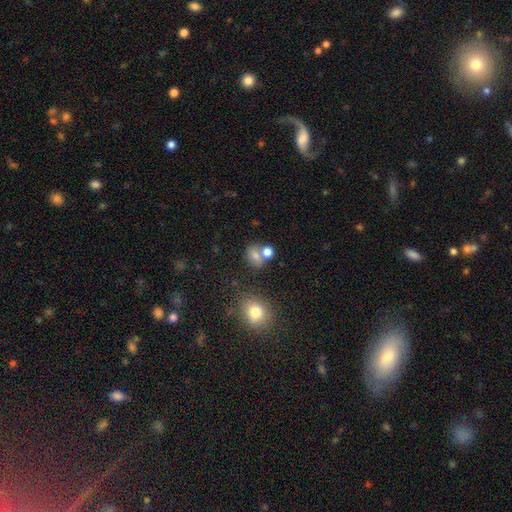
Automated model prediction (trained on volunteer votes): A smooth galaxy with no disk features (73%) that is round (58%).

Vote fractions:
- Smooth or featured? smooth: 73% / star or artifact: 14% / featured or disk: 13%
- How rounded? round: 58% / in between: 40% / cigar-shaped: 1%
- Merging? none: 50% / merger: 33% / minor disturbance: 12% / major disturbance: 5%